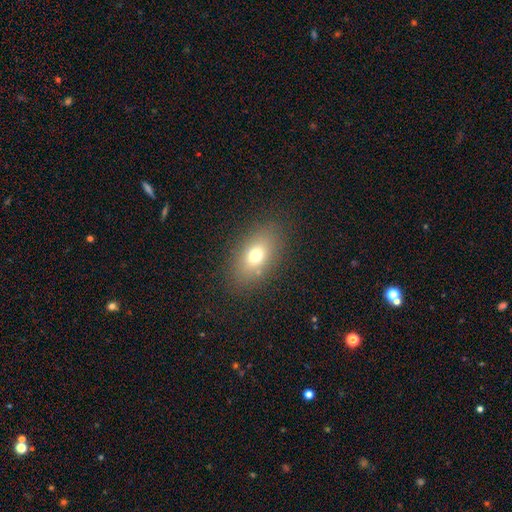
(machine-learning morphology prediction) Smooth or featured: smooth — 71% (featured or disk — 16%)
How rounded: in between — 83% (round — 14%)
Merging: none — 84% (minor disturbance — 10%)